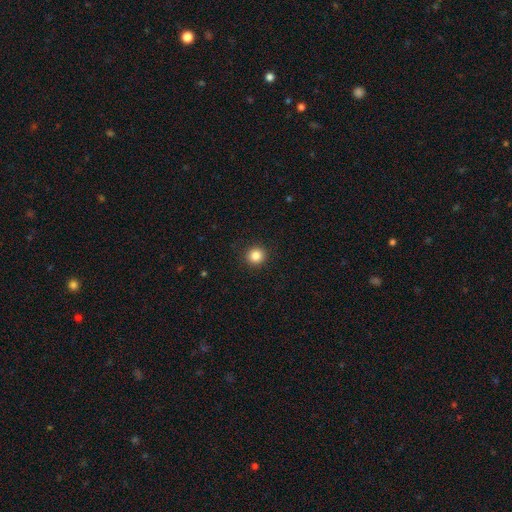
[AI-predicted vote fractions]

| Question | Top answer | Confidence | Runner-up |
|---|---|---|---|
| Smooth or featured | smooth | 85% | star or artifact (11%) |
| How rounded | round | 94% | in between (5%) |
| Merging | none | 92% | minor disturbance (5%) |